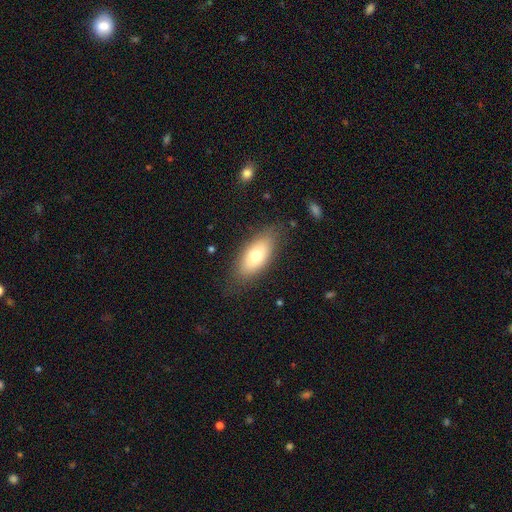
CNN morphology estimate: smooth-or-featured: smooth: 71% | featured or disk: 22% | star or artifact: 7%
  how-rounded: in between: 85% | cigar-shaped: 12% | round: 3%
  merging: none: 81% | minor disturbance: 14% | major disturbance: 4% | merger: 1%